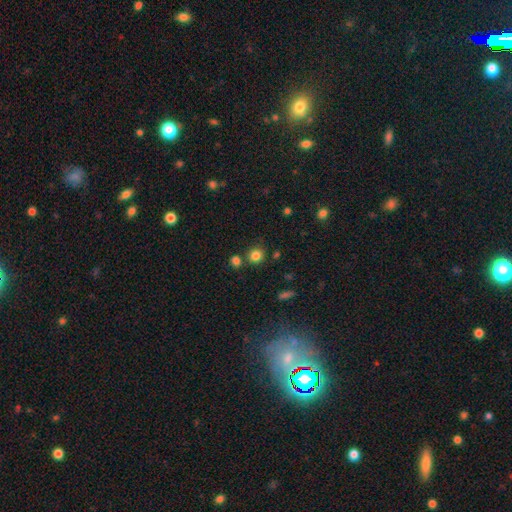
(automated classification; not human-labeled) Smooth or featured: smooth — 82% (star or artifact — 13%)
How rounded: round — 87% (in between — 12%)
Merging: none — 77% (merger — 12%)